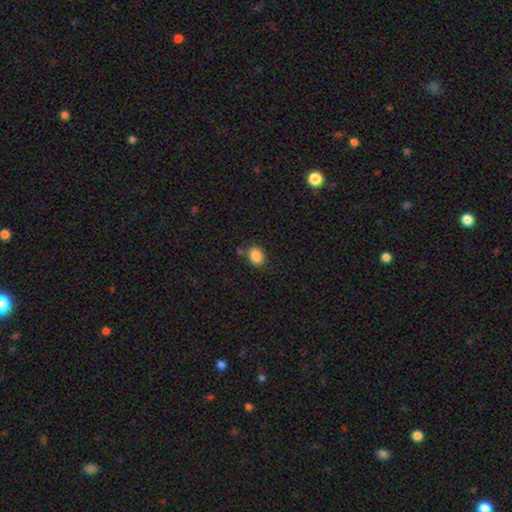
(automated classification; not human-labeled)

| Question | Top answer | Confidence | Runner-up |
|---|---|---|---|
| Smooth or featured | smooth | 86% | star or artifact (9%) |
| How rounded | in between | 58% | round (41%) |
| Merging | none | 75% | minor disturbance (14%) |